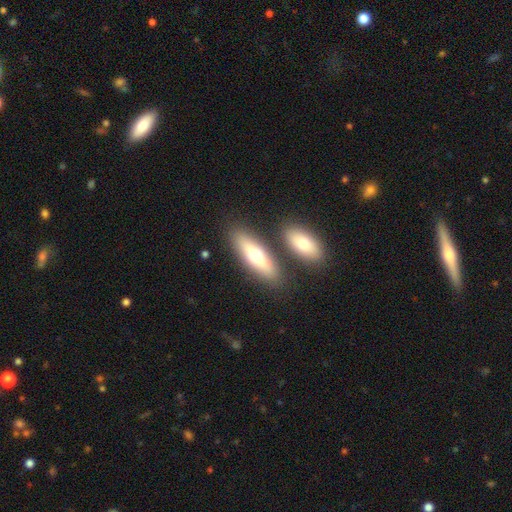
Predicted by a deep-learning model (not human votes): This appears to be a smooth galaxy with no disk features (62%) that is in between round and cigar-shaped (50%). Merging: none (77%).